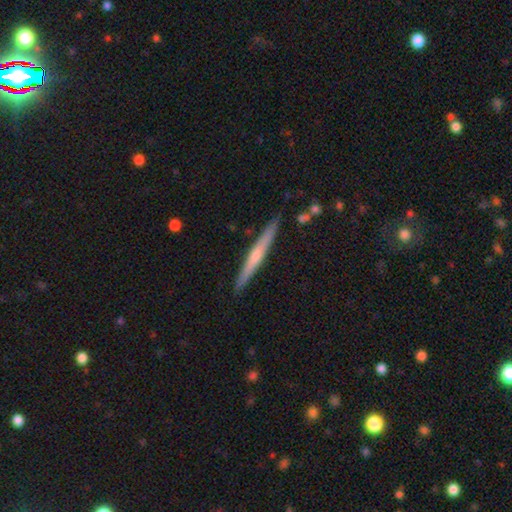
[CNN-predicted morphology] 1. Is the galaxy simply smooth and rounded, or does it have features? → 68% featured or disk, 25% smooth, 7% star or artifact.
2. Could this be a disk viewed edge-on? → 98% yes, 2% no.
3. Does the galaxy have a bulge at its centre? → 72% rounded, 23% none, 6% boxy.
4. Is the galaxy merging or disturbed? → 89% none, 8% minor disturbance, 2% merger, 1% major disturbance.